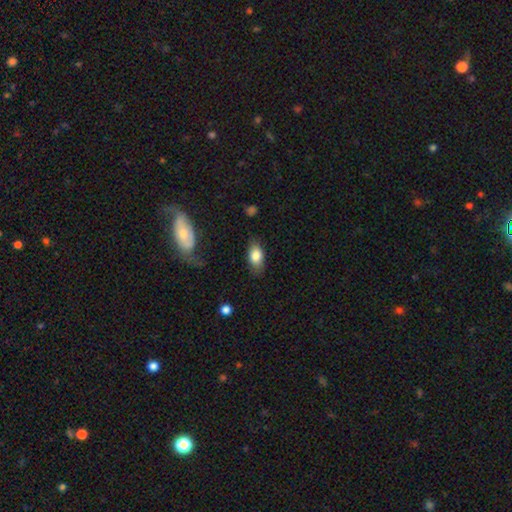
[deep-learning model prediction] Smooth or featured? smooth (81%)
How rounded? in between (90%)
Merging? none (77%)